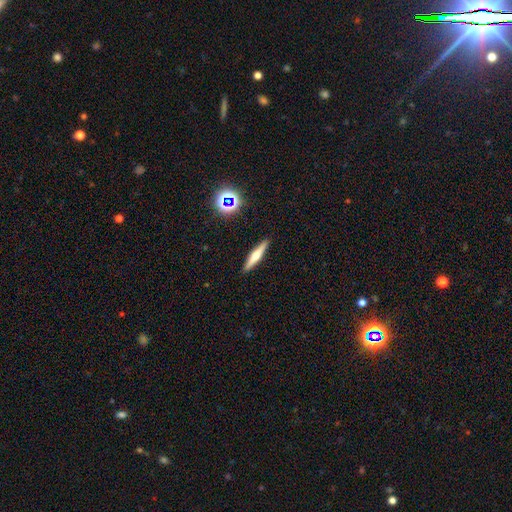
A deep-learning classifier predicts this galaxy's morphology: Smooth or featured?
  - featured or disk: 53% *
  - smooth: 39%
  - star or artifact: 8%
Edge-on disk?
  - yes: 96% *
  - no: 4%
Edge-on bulge?
  - rounded: 88% *
  - none: 7%
  - boxy: 6%
Merging?
  - none: 91% *
  - minor disturbance: 6%
  - major disturbance: 1%
  - merger: 1%